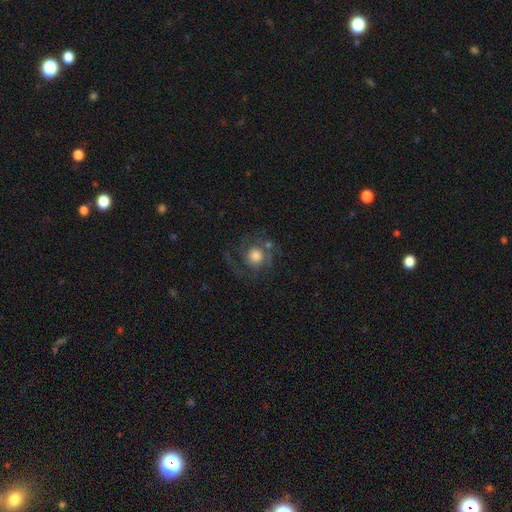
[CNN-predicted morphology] smooth-or-featured: featured or disk: 57% | smooth: 33% | star or artifact: 9%
  disk-edge-on: no: 97% | yes: 3%
    bar: no: 81% | weak: 16% | strong: 3%
    has-spiral-arms: yes: 81% | no: 19%
    bulge-size: large: 46% | moderate: 37% | dominant: 7% | small: 7% | none: 3%
  merging: none: 58% | major disturbance: 20% | minor disturbance: 18% | merger: 4%